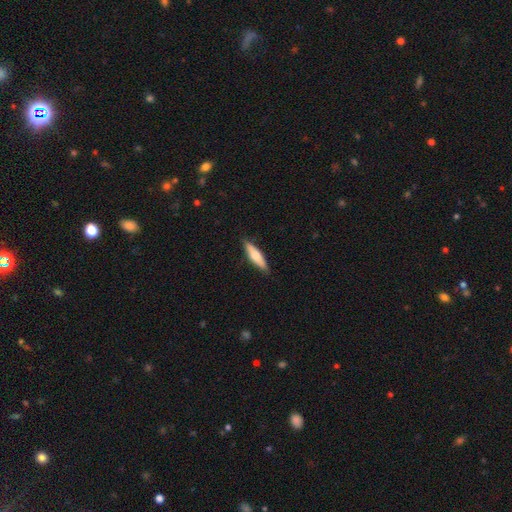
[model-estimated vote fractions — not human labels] Smooth or featured? Predicted: smooth (p=0.55). How rounded? Predicted: cigar-shaped (p=0.67). Merging? Predicted: none (p=0.87).